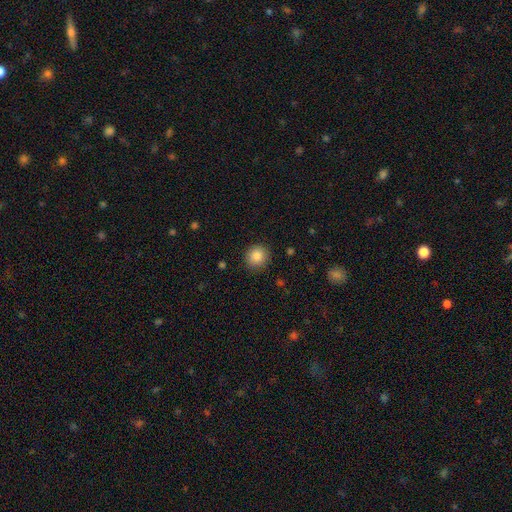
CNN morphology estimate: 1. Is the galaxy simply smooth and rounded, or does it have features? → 86% smooth, 9% star or artifact, 5% featured or disk.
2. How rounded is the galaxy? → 89% round, 10% in between, 1% cigar-shaped.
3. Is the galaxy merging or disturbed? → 89% none, 8% minor disturbance, 2% major disturbance, 1% merger.